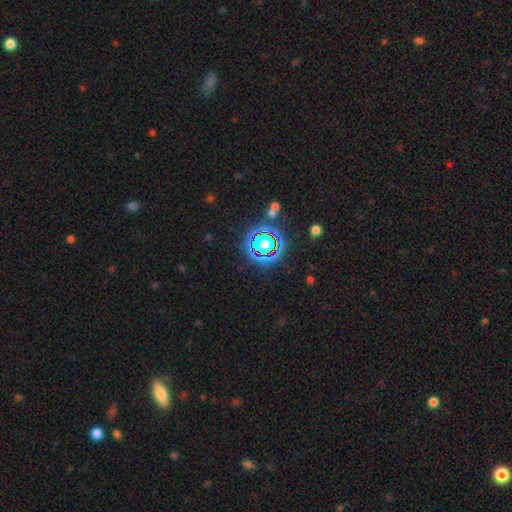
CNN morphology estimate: star or artifact 78%, smooth 14%, featured or disk 8%.